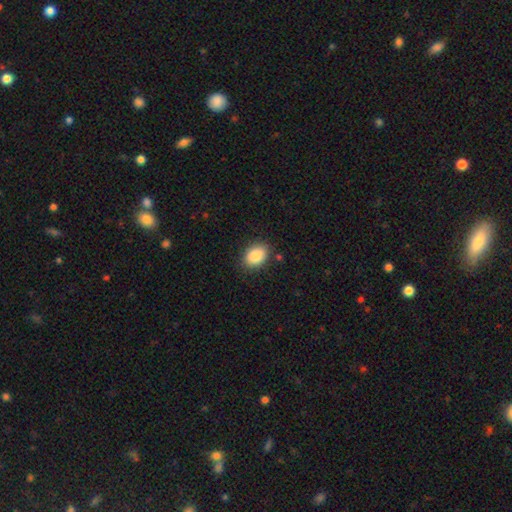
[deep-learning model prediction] smooth-or-featured: smooth: 88% | star or artifact: 7% | featured or disk: 4%
  how-rounded: in between: 78% | round: 21% | cigar-shaped: 1%
  merging: none: 85% | minor disturbance: 11% | major disturbance: 3% | merger: 2%